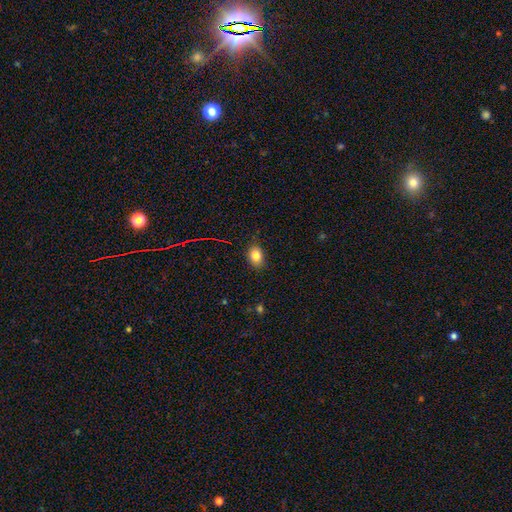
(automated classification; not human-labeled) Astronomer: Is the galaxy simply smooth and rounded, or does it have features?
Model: smooth — 82%.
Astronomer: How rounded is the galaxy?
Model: in between — 67%.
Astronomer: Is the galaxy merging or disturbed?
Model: none — 83%.